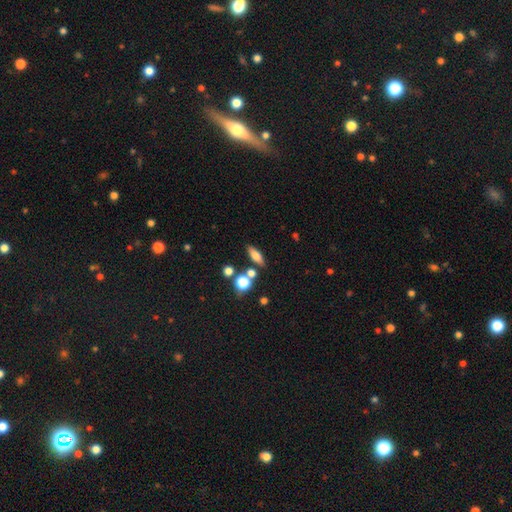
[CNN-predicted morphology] Smooth or featured: smooth — 64% (featured or disk — 25%)
How rounded: in between — 51% (cigar-shaped — 37%)
Merging: none — 74% (merger — 11%)